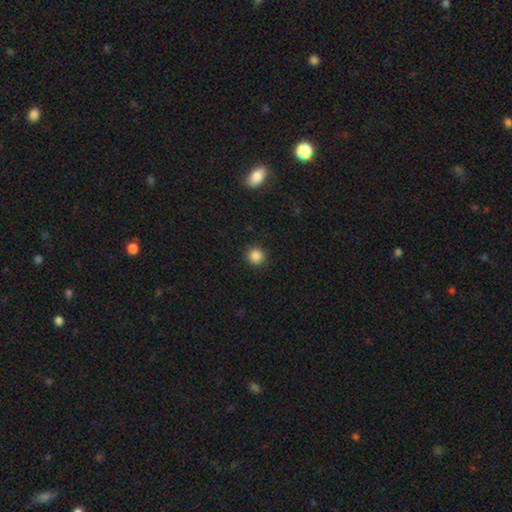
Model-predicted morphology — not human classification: type=smooth (86%); roundness=round (94%); merging=none (92%).